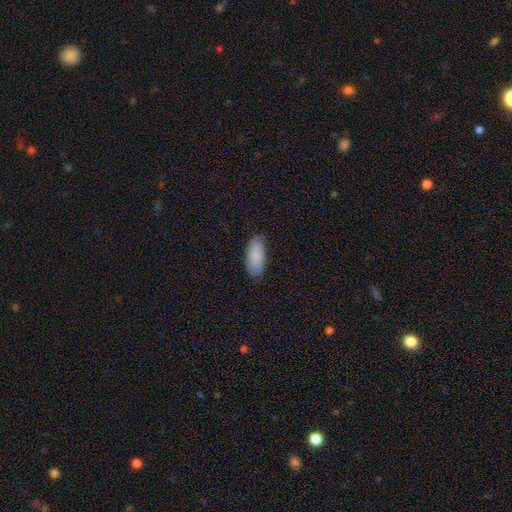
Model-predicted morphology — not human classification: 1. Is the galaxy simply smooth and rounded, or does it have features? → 87% smooth, 7% featured or disk, 6% star or artifact.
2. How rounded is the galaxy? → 88% in between, 10% cigar-shaped, 2% round.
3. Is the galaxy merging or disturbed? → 82% none, 14% minor disturbance, 2% major disturbance, 1% merger.